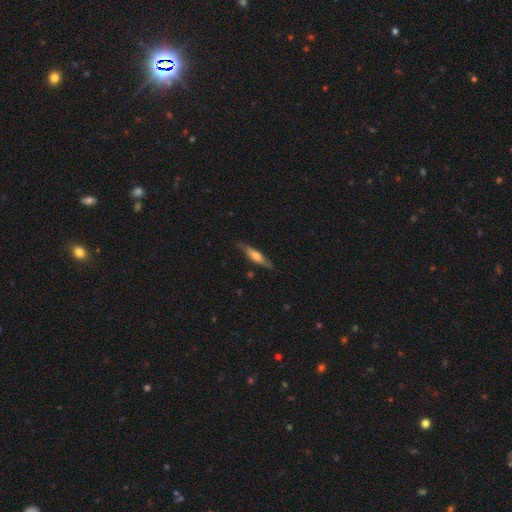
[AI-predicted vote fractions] Smooth or featured?
  - featured or disk: 51% *
  - smooth: 43%
  - star or artifact: 6%
Edge-on disk?
  - yes: 91% *
  - no: 9%
Merging?
  - none: 81% *
  - minor disturbance: 15%
  - major disturbance: 3%
  - merger: 1%